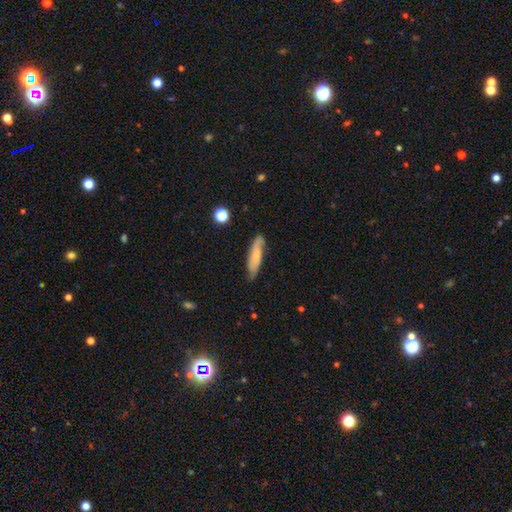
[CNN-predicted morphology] Q: Smooth or featured?
A: smooth (55%); runner-up: featured or disk (39%)
Q: How rounded?
A: cigar-shaped (70%); runner-up: in between (28%)
Q: Merging?
A: none (75%); runner-up: minor disturbance (19%)